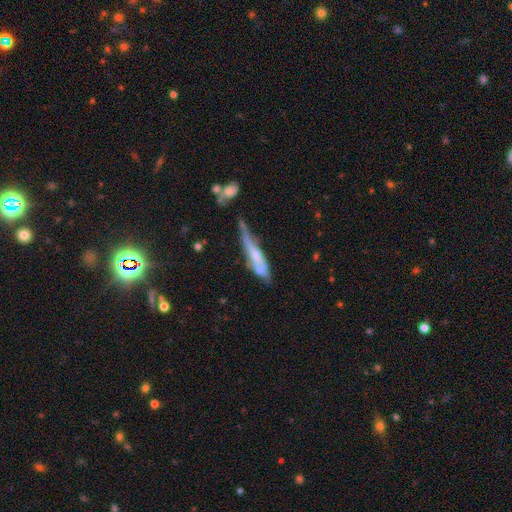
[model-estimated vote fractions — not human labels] Overall: featured or disk (50%; smooth 42%). Edge-on disk: yes (51%; no 49%). Merging: minor disturbance (30%; major disturbance 28%).